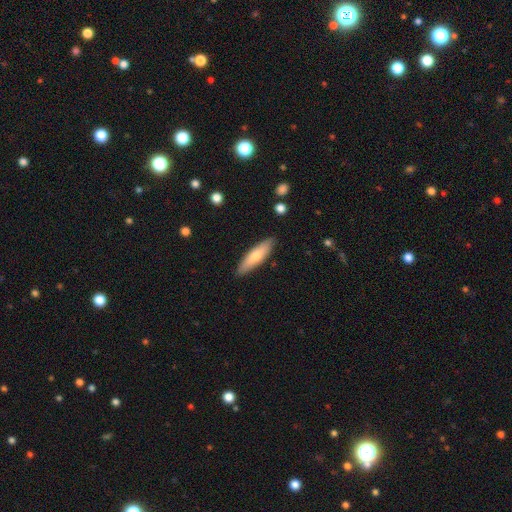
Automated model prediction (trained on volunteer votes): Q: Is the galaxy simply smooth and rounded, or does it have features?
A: smooth — 64%.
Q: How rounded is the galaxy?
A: cigar-shaped — 69%.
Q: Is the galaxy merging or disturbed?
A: none — 88%.